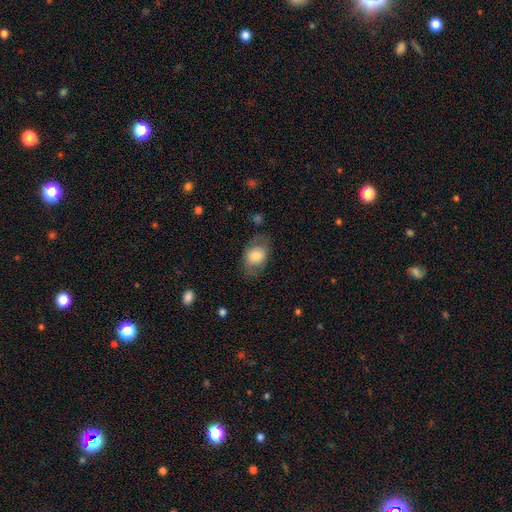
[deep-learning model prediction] A smooth galaxy with no disk features (69%) that is in between round and cigar-shaped (74%).

Vote fractions:
- Smooth or featured? smooth: 69% / featured or disk: 24% / star or artifact: 7%
- How rounded? in between: 74% / round: 25% / cigar-shaped: 1%
- Merging? none: 71% / minor disturbance: 18% / major disturbance: 10% / merger: 2%